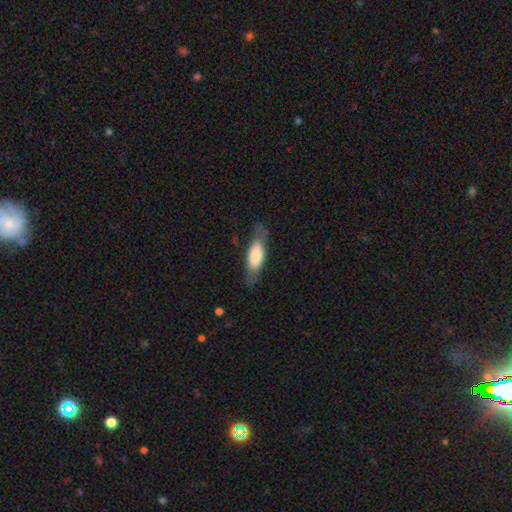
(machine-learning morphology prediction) This appears to be a smooth galaxy with no disk features (70%) that is in between round and cigar-shaped (65%). Merging: none (72%).